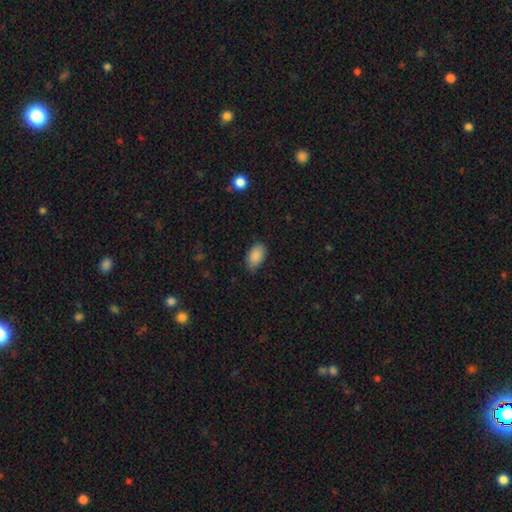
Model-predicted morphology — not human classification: This is clearly a smooth galaxy (89%). How rounded: clearly in between (92%). Merging: likely none (74%).